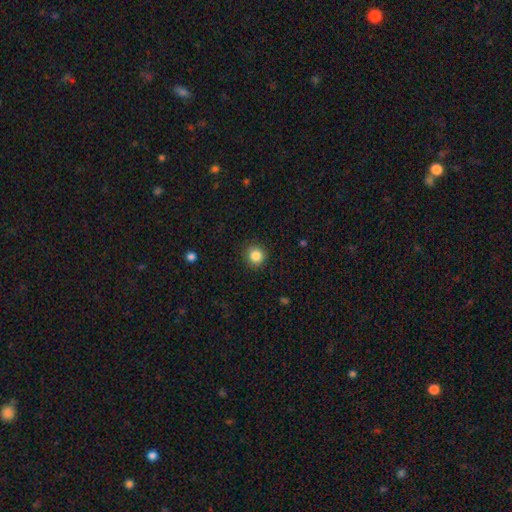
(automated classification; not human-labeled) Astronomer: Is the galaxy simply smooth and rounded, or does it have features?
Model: smooth — 86%.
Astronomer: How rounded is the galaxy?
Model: round — 92%.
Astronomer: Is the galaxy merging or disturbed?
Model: none — 90%.